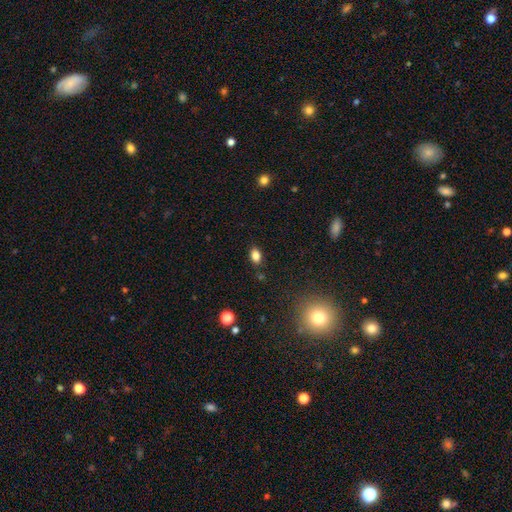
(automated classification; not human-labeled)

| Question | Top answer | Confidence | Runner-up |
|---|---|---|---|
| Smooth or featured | smooth | 82% | star or artifact (12%) |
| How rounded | in between | 82% | round (16%) |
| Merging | none | 83% | minor disturbance (12%) |